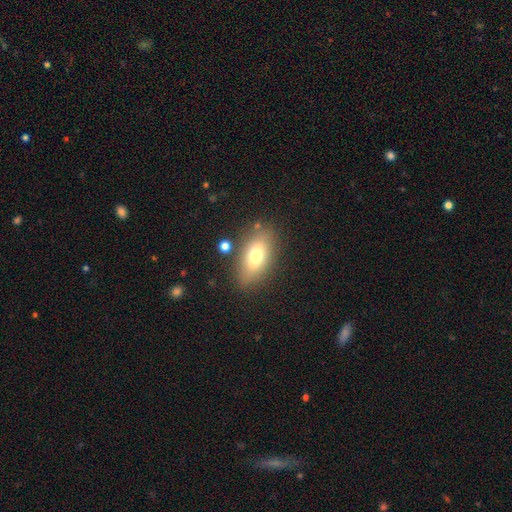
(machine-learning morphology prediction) Overall: smooth (73%). How rounded: in between (87%). Merging: none (80%).